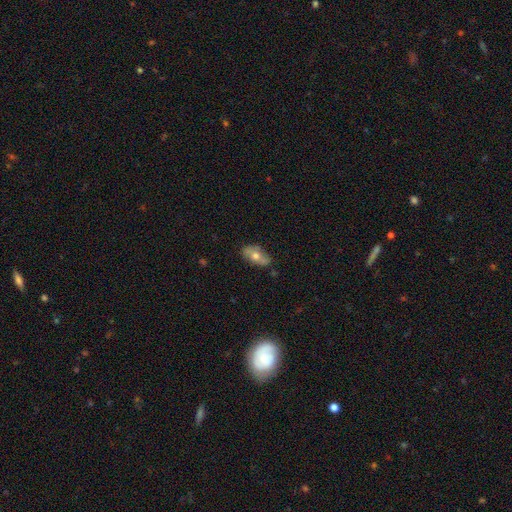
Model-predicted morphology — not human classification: Q: Smooth or featured?
A: smooth (56%); runner-up: featured or disk (36%)
Q: How rounded?
A: in between (85%); runner-up: cigar-shaped (10%)
Q: Merging?
A: none (80%); runner-up: minor disturbance (15%)